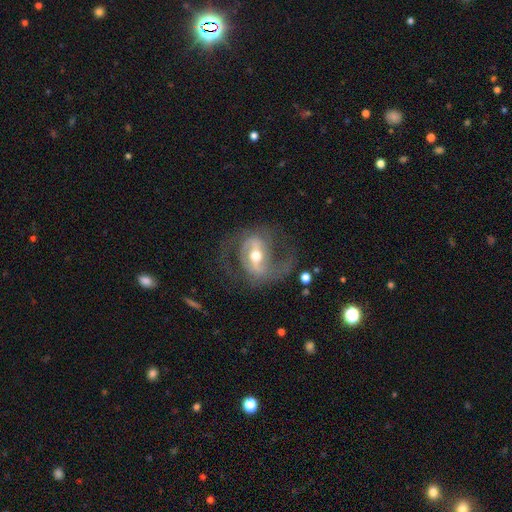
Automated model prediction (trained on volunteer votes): A featured or disk galaxy (85%) with a strong bar (54%), 2 (83%) medium (51%) spiral arms (88%) and a moderate central bulge (73%).

Vote fractions:
- Smooth or featured? featured or disk: 85% / smooth: 10% / star or artifact: 5%
- Edge-on disk? no: 96% / yes: 4%
- Bar? strong: 54% / weak: 34% / no: 12%
- Spiral arms? yes: 88% / no: 12%
- Spiral winding? medium: 51% / loose: 34% / tight: 16%
- Spiral arm count? 2: 83% / 1: 8% / can't tell: 5% / 3: 2% / 4: 1% / more than 4: 1%
- Bulge size? moderate: 73% / small: 17% / large: 8% / dominant: 1% / none: 1%
- Merging? none: 61% / major disturbance: 20% / minor disturbance: 16% / merger: 2%